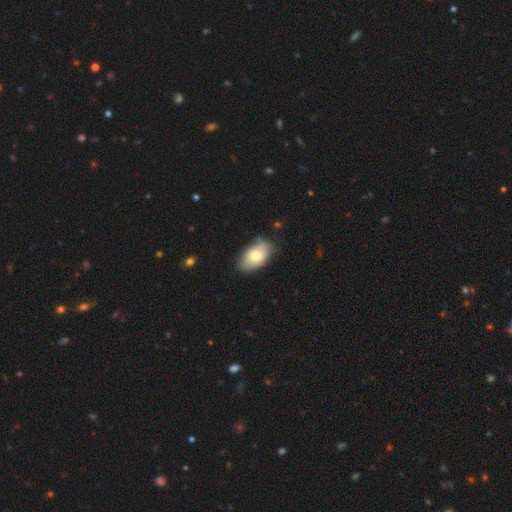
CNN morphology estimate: smooth_or_featured: smooth (p=0.74) [alt: featured or disk p=0.19]
how_rounded: in between (p=0.93) [alt: round p=0.06]
merging: none (p=0.79) [alt: minor disturbance p=0.17]